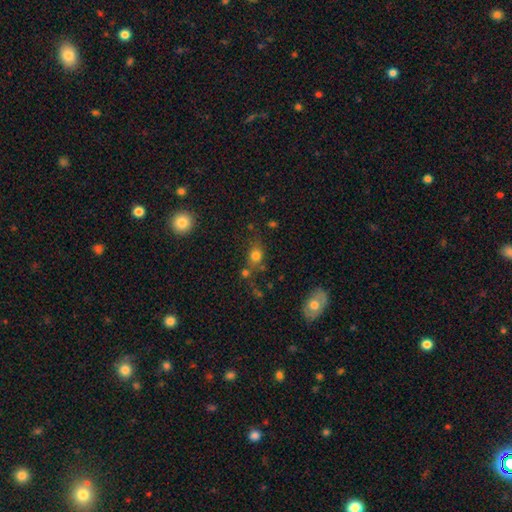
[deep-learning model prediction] The model was most divided on "how rounded": round: 54%, in between: 44%, cigar-shaped: 3%. More confident: smooth or featured — smooth (75%); merging — none (58%).